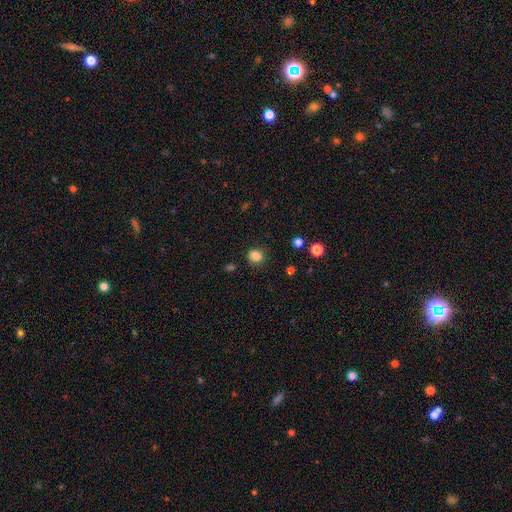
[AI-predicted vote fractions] This appears to be a smooth galaxy with no disk features (83%) that is round (55%). Merging: none (76%).